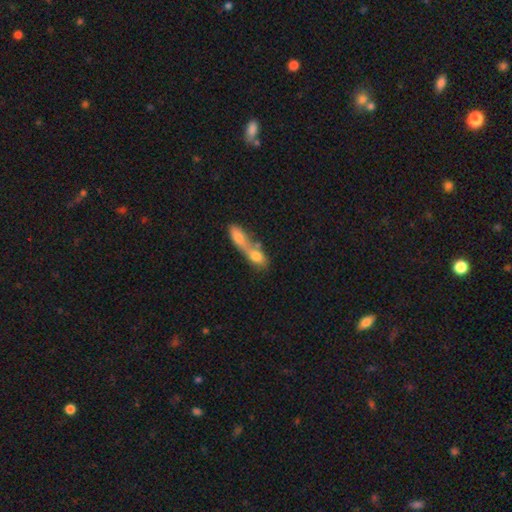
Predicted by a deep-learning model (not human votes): Smooth or featured?
  - smooth: 57% *
  - featured or disk: 30%
  - star or artifact: 13%
How rounded?
  - in between: 51% *
  - cigar-shaped: 31%
  - round: 18%
Merging?
  - merger: 76% *
  - none: 15%
  - minor disturbance: 5%
  - major disturbance: 4%